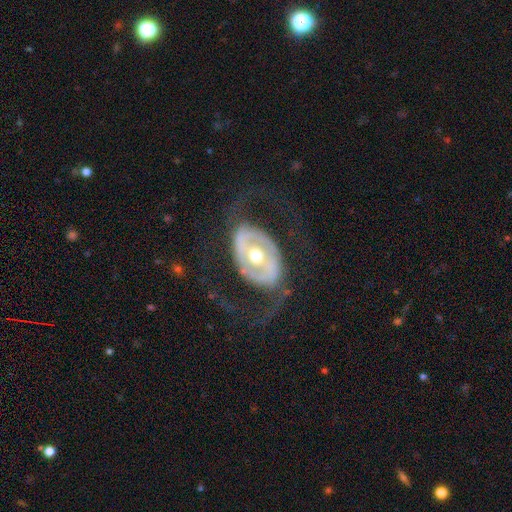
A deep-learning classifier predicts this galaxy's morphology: Q: Smooth or featured?
A: featured or disk (85%); runner-up: smooth (11%)
Q: Edge-on disk?
A: no (95%); runner-up: yes (5%)
Q: Bar?
A: no (38%); runner-up: strong (32%)
Q: Spiral arms?
A: yes (77%); runner-up: no (23%)
Q: Spiral winding?
A: loose (45%); runner-up: medium (39%)
Q: Spiral arm count?
A: 2 (87%); runner-up: can't tell (6%)
Q: Bulge size?
A: moderate (70%); runner-up: small (21%)
Q: Merging?
A: none (65%); runner-up: major disturbance (21%)